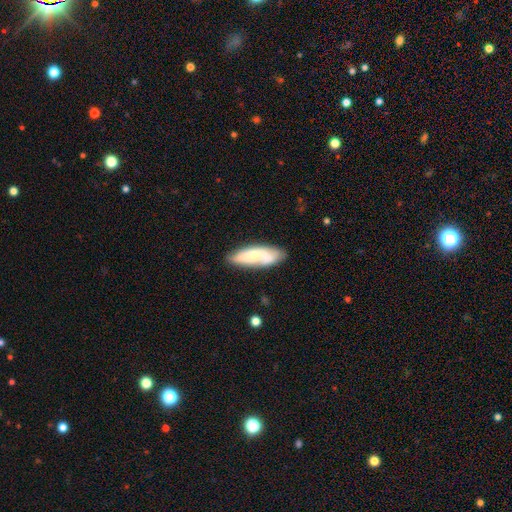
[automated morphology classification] type=smooth (56%); roundness=in between (61%); merging=none (68%).